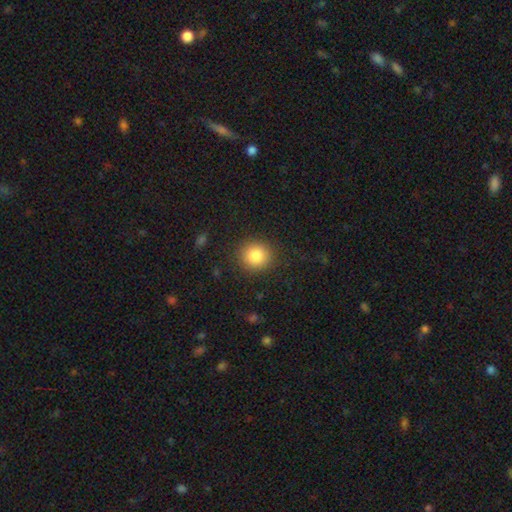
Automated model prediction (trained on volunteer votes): Morphology: type=smooth (84%); roundness=round (88%); merging=none (89%).